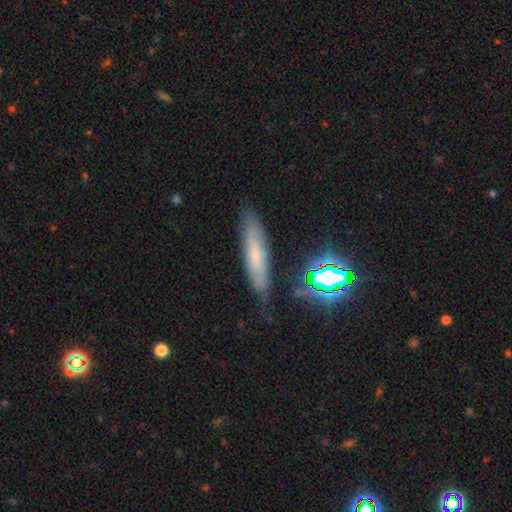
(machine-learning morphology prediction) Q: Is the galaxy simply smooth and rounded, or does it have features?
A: smooth — 55%.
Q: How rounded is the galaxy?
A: cigar-shaped — 76%.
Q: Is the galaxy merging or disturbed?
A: none — 78%.